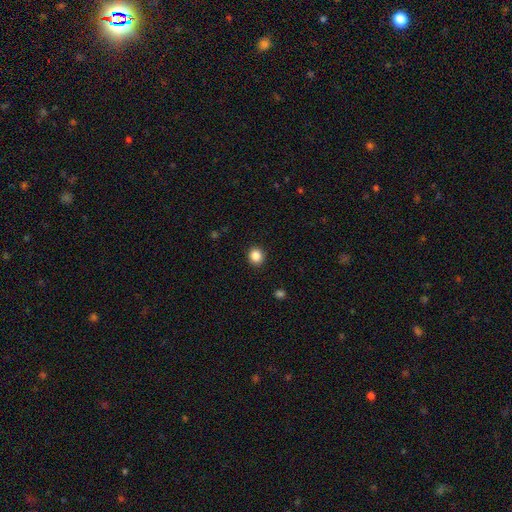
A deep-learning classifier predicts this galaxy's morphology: Smooth or featured? Predicted: smooth (p=0.87). How rounded? Predicted: round (p=0.84). Merging? Predicted: none (p=0.91).